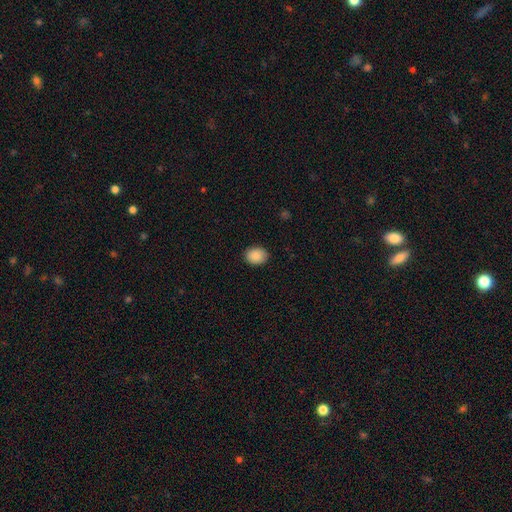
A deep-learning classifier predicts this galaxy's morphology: A smooth galaxy with no disk features (89%) that is in between round and cigar-shaped (58%).

Vote fractions:
- Smooth or featured? smooth: 89% / star or artifact: 8% / featured or disk: 3%
- How rounded? in between: 58% / round: 41% / cigar-shaped: 1%
- Merging? none: 89% / minor disturbance: 8% / major disturbance: 2% / merger: 1%